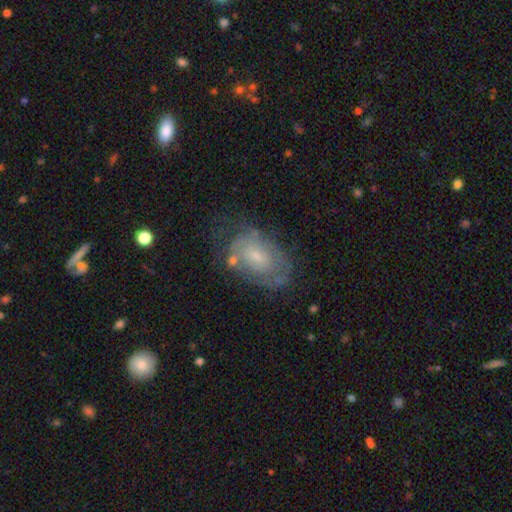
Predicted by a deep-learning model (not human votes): A featured or disk galaxy (57%) with no bar (66%), spiral arms (61%) and a small central bulge (61%).

Vote fractions:
- Smooth or featured? featured or disk: 57% / smooth: 35% / star or artifact: 8%
- Edge-on disk? no: 95% / yes: 5%
- Bar? no: 66% / weak: 29% / strong: 5%
- Spiral arms? yes: 61% / no: 39%
- Bulge size? small: 61% / moderate: 30% / none: 5% / large: 3% / dominant: 1%
- Merging? none: 54% / minor disturbance: 26% / major disturbance: 15% / merger: 4%